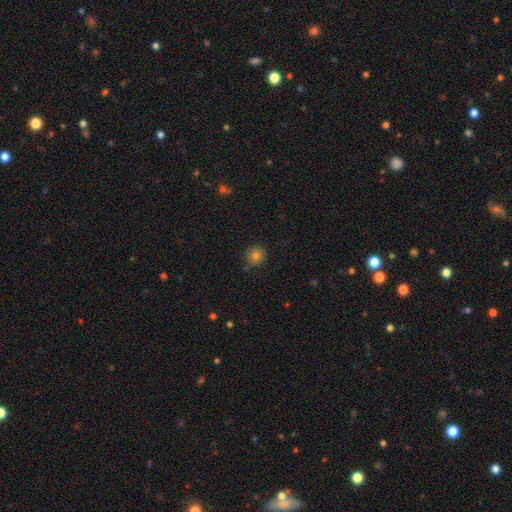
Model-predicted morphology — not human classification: smooth-or-featured: smooth: 80% | star or artifact: 12% | featured or disk: 8%
  how-rounded: round: 93% | in between: 6% | cigar-shaped: 1%
  merging: none: 82% | minor disturbance: 12% | merger: 3% | major disturbance: 2%